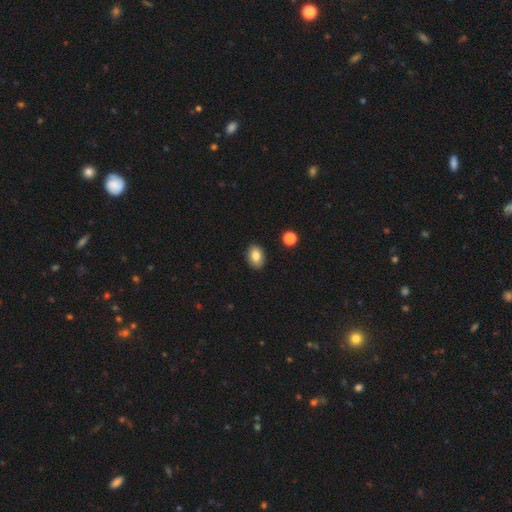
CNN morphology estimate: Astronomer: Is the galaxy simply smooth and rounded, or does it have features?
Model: smooth — 83%.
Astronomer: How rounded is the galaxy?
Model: in between — 76%.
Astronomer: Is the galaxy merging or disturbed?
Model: none — 89%.